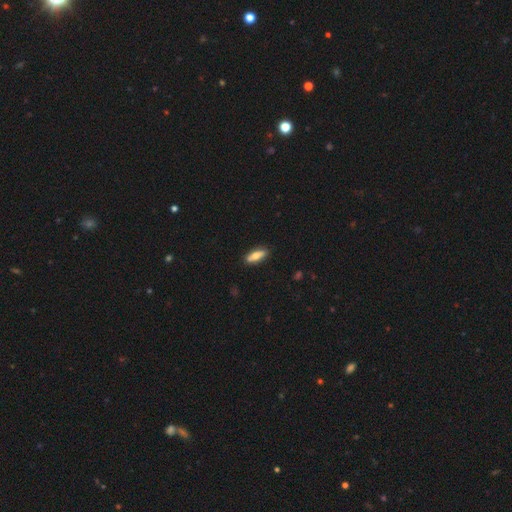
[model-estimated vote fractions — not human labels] Smooth or featured: smooth — 67% (featured or disk — 27%)
How rounded: in between — 62% (cigar-shaped — 36%)
Merging: none — 85% (minor disturbance — 11%)